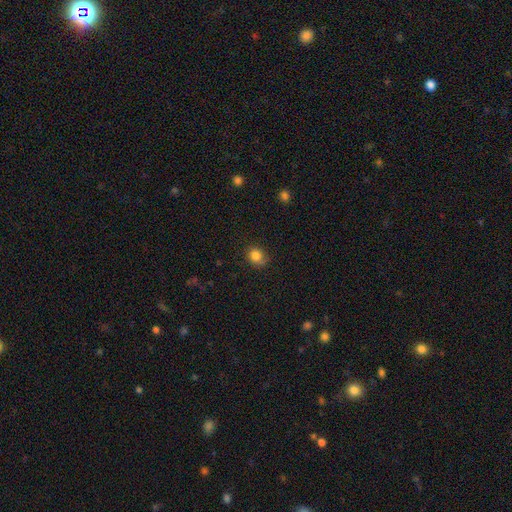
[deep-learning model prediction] This appears to be a smooth galaxy with no disk features (83%) that is round (67%). Merging: none (73%).